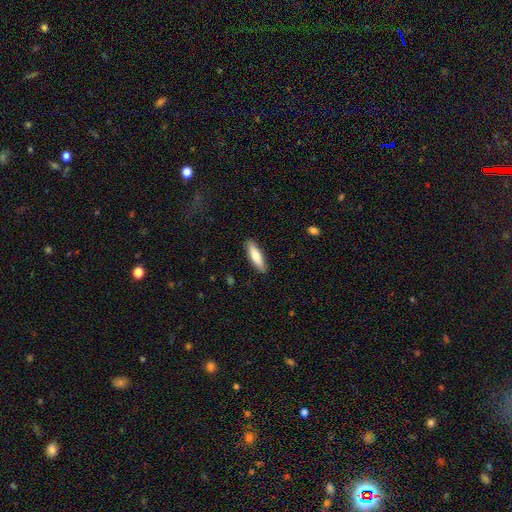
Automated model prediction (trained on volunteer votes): Smooth or featured: smooth — 71% (featured or disk — 24%)
How rounded: cigar-shaped — 65% (in between — 34%)
Merging: none — 89% (minor disturbance — 8%)